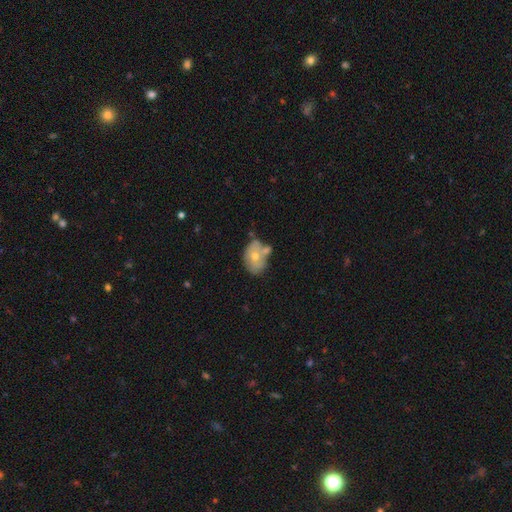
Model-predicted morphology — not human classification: smooth 56%, featured or disk 37%, star or artifact 7%. Down the decision tree: how rounded — in between (73%); merging — none (36%).